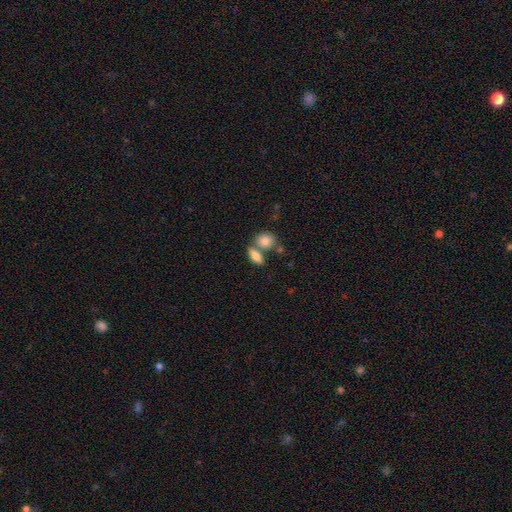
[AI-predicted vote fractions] Overall: smooth (78%). How rounded: in between (78%). Merging: none (49%; merger 36%).